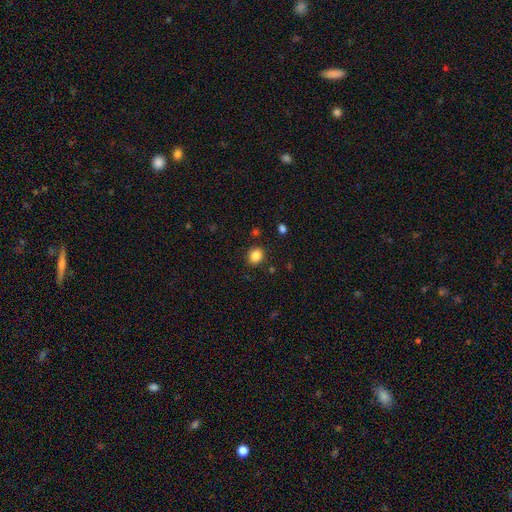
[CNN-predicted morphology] This appears to be a smooth galaxy with no disk features (85%) that is round (69%). Merging: none (88%).